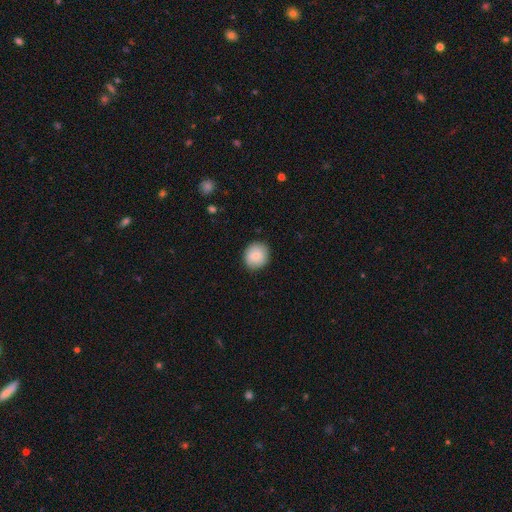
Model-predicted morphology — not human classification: A smooth galaxy with no disk features (83%) that is round (84%).

Vote fractions:
- Smooth or featured? smooth: 83% / featured or disk: 10% / star or artifact: 7%
- How rounded? round: 84% / in between: 15% / cigar-shaped: 1%
- Merging? none: 87% / minor disturbance: 10% / major disturbance: 2% / merger: 1%